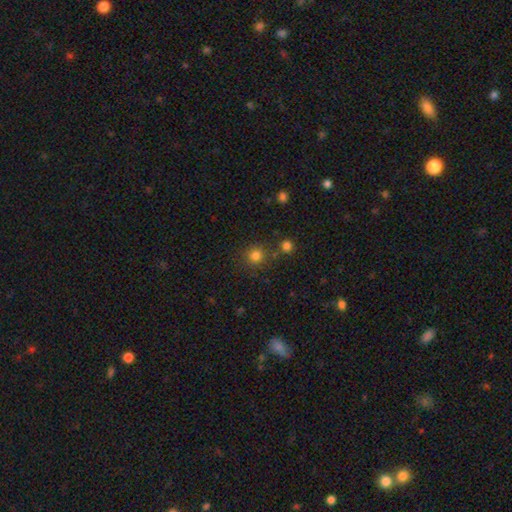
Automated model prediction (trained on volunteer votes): smooth_or_featured: smooth (p=0.80) [alt: star or artifact p=0.15]
how_rounded: round (p=0.90) [alt: in between p=0.09]
merging: none (p=0.80) [alt: minor disturbance p=0.09]